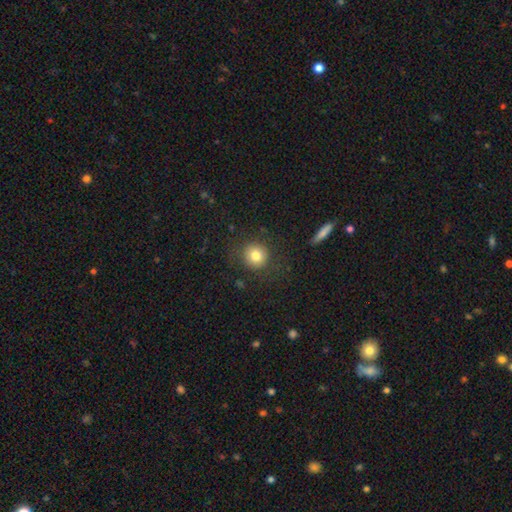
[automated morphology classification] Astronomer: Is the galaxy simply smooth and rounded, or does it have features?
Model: smooth — 80%.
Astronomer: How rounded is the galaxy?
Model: round — 91%.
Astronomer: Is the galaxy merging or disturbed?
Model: none — 85%.